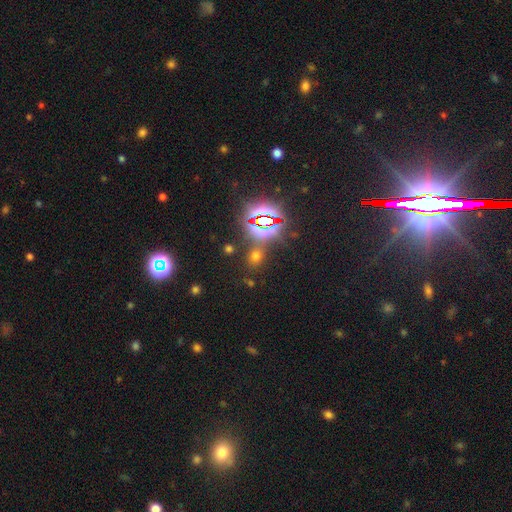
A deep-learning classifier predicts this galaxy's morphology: A smooth galaxy with no disk features (47%). Merging: none (77%).